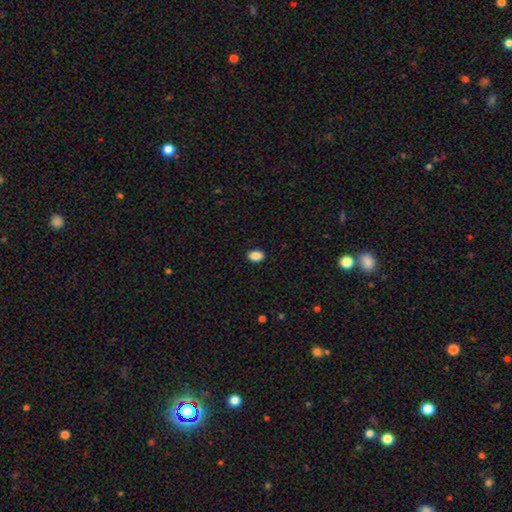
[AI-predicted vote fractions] Overall: smooth (89%). How rounded: in between (81%). Merging: none (90%).